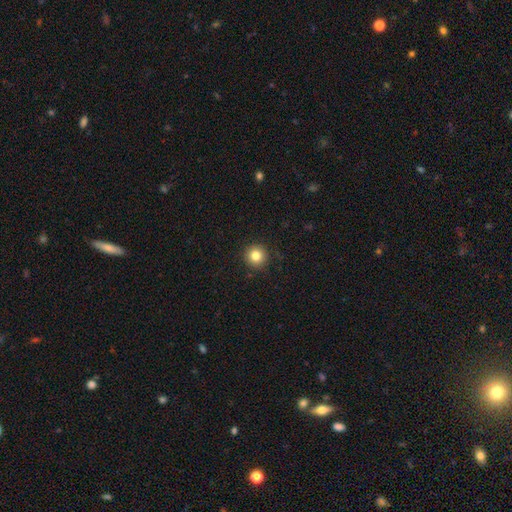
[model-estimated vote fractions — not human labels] Smooth or featured? smooth (82%)
How rounded? round (96%)
Merging? none (92%)